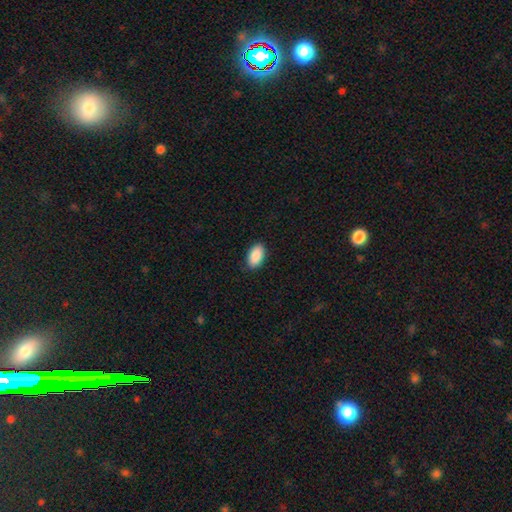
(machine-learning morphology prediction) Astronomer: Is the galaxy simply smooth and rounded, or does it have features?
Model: smooth — 91%.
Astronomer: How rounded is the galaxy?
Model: in between — 94%.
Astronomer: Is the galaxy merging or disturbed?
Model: none — 88%.